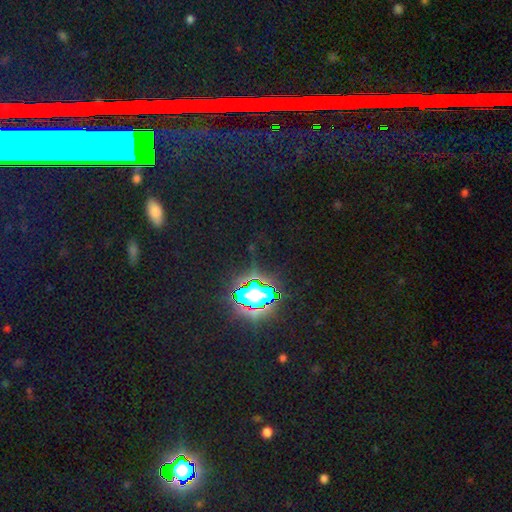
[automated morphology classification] smooth-or-featured: star or artifact: 81% | smooth: 10% | featured or disk: 9%